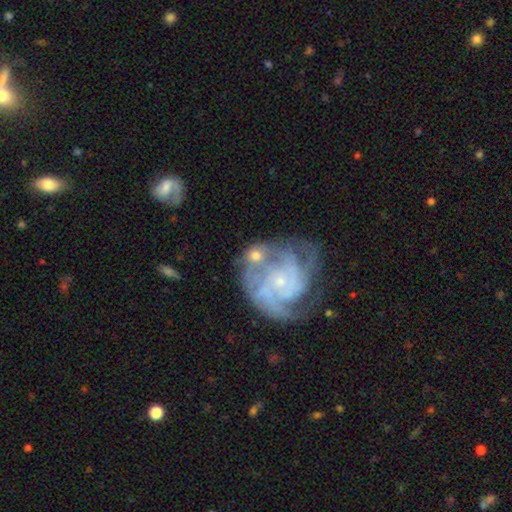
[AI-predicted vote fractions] Smooth or featured?
  - featured or disk: 69% *
  - smooth: 22%
  - star or artifact: 9%
Edge-on disk?
  - no: 97% *
  - yes: 3%
Bar?
  - no: 77% *
  - weak: 18%
  - strong: 5%
Spiral arms?
  - yes: 81% *
  - no: 19%
Spiral winding?
  - tight: 58% *
  - medium: 31%
  - loose: 11%
Spiral arm count?
  - can't tell: 32% *
  - 3: 25%
  - 2: 17%
  - 4: 13%
  - more than 4: 7%
  - 1: 7%
Bulge size?
  - small: 56% *
  - moderate: 30%
  - none: 8%
  - large: 4%
  - dominant: 2%
Merging?
  - none: 38% *
  - merger: 31%
  - minor disturbance: 17%
  - major disturbance: 14%